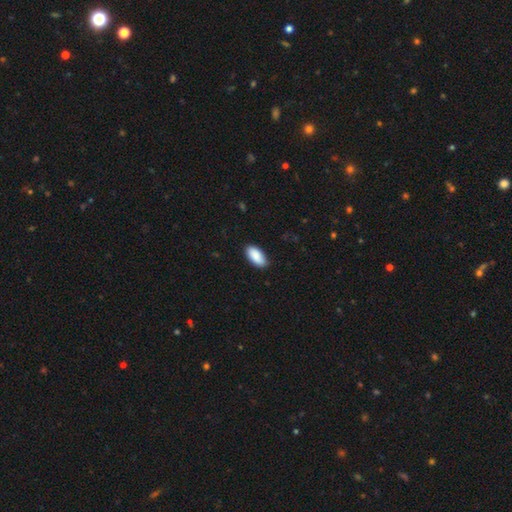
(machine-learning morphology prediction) This appears to be a smooth galaxy with no disk features (89%) that is in between round and cigar-shaped (94%). Merging: none (86%).